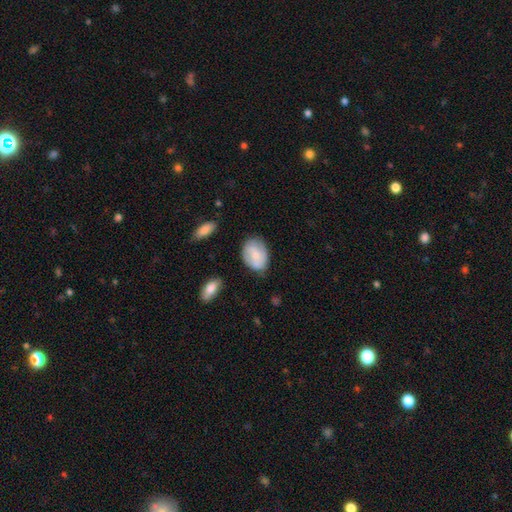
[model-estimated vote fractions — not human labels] This appears to be a smooth galaxy with no disk features (62%) that is in between round and cigar-shaped (76%). Merging: none (71%).